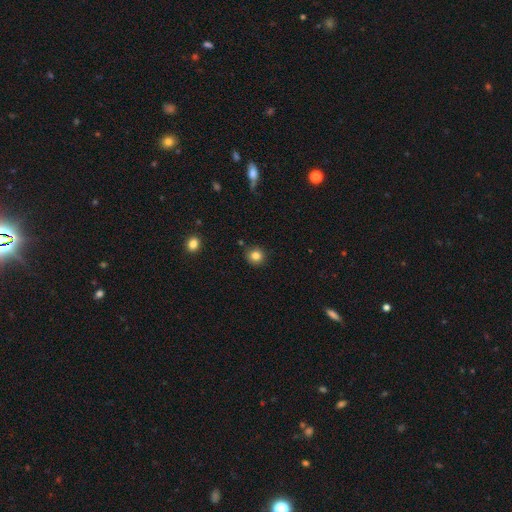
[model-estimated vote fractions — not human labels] Smooth or featured? Predicted: smooth (p=0.82). How rounded? Predicted: round (p=0.92). Merging? Predicted: none (p=0.88).